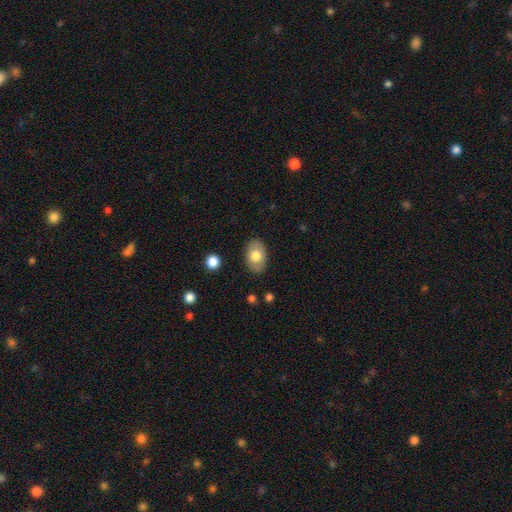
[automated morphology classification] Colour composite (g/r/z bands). It shows a smooth galaxy with no disk features (71%) that is in between round and cigar-shaped (87%). Merging: none (85%).